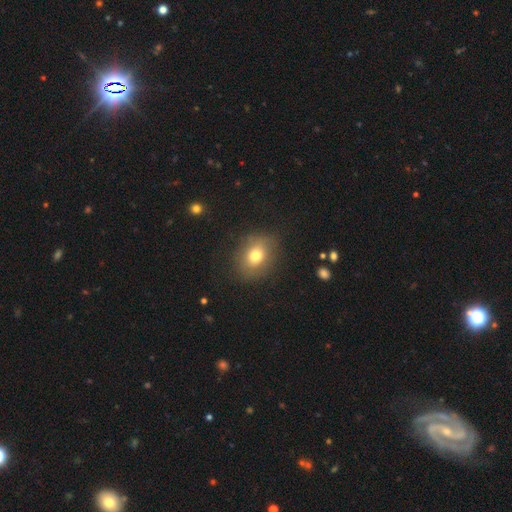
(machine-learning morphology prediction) A smooth galaxy with no disk features (73%) that is round (52%). Merging: none (77%).